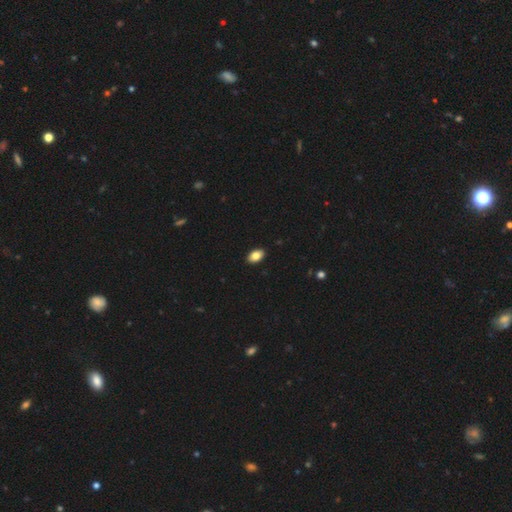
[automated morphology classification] A smooth galaxy with no disk features (84%) that is in between round and cigar-shaped (91%).

Vote fractions:
- Smooth or featured? smooth: 84% / featured or disk: 8% / star or artifact: 8%
- How rounded? in between: 91% / round: 7% / cigar-shaped: 2%
- Merging? none: 91% / minor disturbance: 7% / major disturbance: 1% / merger: 1%